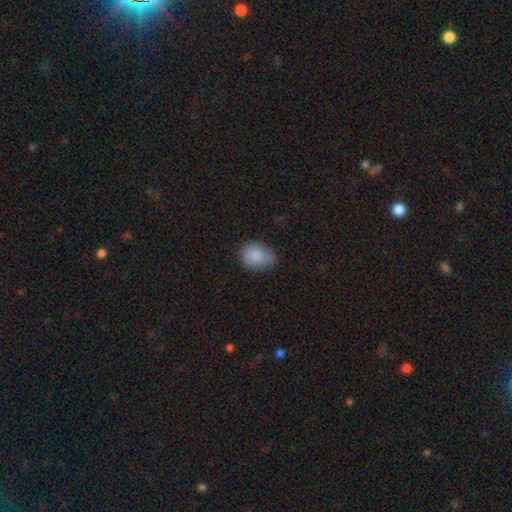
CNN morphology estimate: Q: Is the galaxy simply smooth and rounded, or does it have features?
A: smooth — 84%.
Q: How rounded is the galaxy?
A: in between — 69%.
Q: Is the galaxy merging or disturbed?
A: none — 59%.